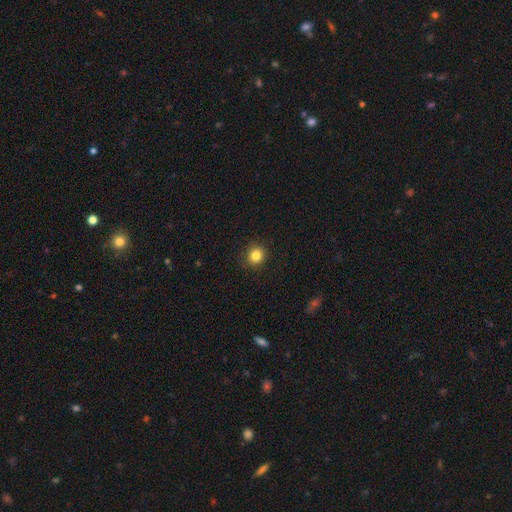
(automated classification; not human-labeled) Smooth or featured? smooth (84%)
How rounded? round (87%)
Merging? none (90%)